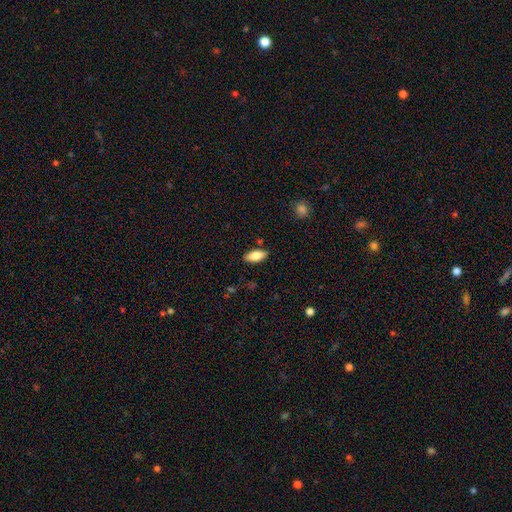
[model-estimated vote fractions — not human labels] This is likely a smooth galaxy (80%). How rounded: clearly in between (82%). Merging: clearly none (87%).